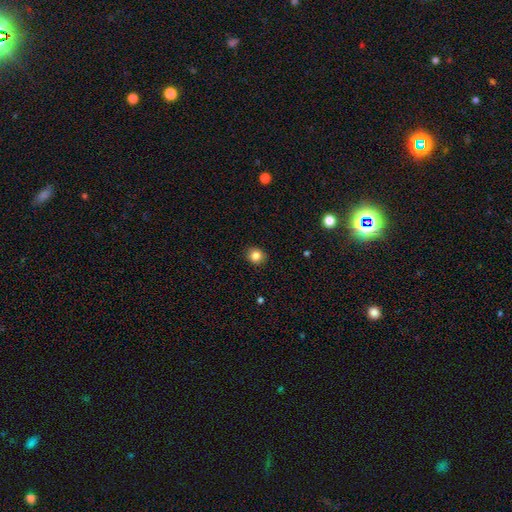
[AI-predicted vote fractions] Smooth or featured?
  - smooth: 84% *
  - star or artifact: 10%
  - featured or disk: 6%
How rounded?
  - round: 79% *
  - in between: 20%
  - cigar-shaped: 1%
Merging?
  - none: 89% *
  - minor disturbance: 8%
  - major disturbance: 2%
  - merger: 1%